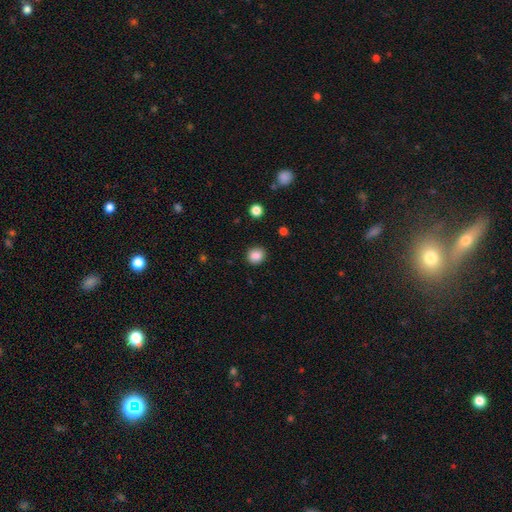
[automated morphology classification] A smooth galaxy with no disk features (87%) that is round (80%).

Vote fractions:
- Smooth or featured? smooth: 87% / star or artifact: 10% / featured or disk: 3%
- How rounded? round: 80% / in between: 19% / cigar-shaped: 1%
- Merging? none: 89% / minor disturbance: 7% / major disturbance: 2% / merger: 1%